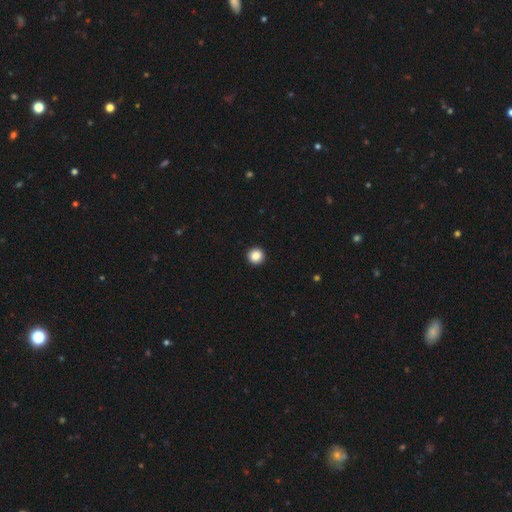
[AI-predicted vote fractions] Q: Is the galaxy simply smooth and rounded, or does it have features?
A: smooth — 87%.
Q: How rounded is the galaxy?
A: round — 95%.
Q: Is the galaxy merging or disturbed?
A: none — 94%.